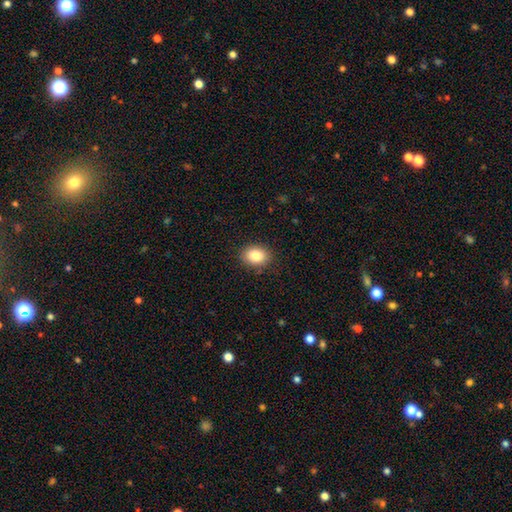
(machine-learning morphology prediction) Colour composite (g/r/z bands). It shows a smooth galaxy with no disk features (85%) that is in between round and cigar-shaped (61%). Merging: none (88%).